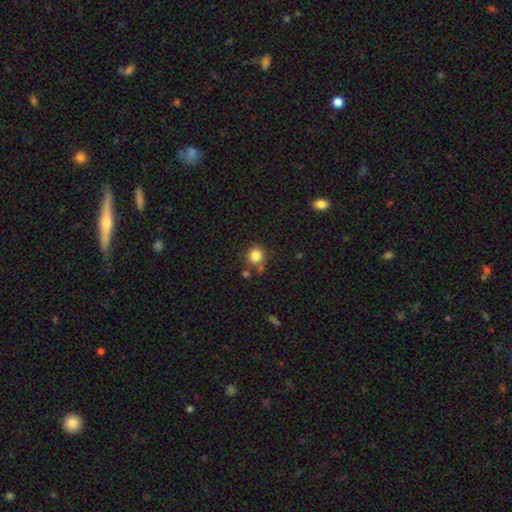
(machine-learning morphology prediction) Smooth or featured? Predicted: smooth (p=0.83). How rounded? Predicted: round (p=0.88). Merging? Predicted: none (p=0.67).